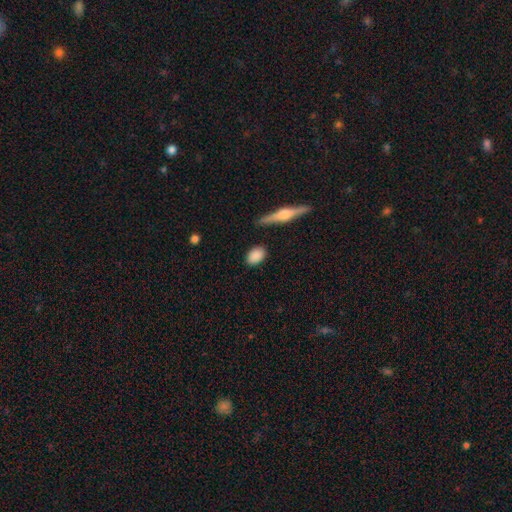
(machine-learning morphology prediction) smooth 85%, featured or disk 8%, star or artifact 7%. Down the decision tree: how rounded — in between (74%); merging — none (86%).